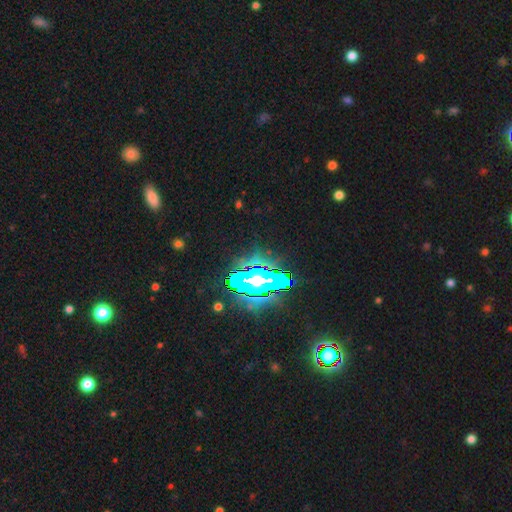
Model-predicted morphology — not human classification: star or artifact 57%, featured or disk 24%, smooth 19%.